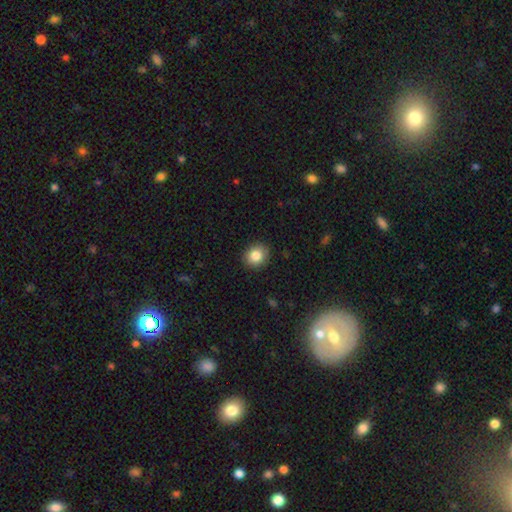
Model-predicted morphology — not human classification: Q: Smooth or featured?
A: smooth (84%); runner-up: star or artifact (9%)
Q: How rounded?
A: round (79%); runner-up: in between (20%)
Q: Merging?
A: none (91%); runner-up: minor disturbance (7%)